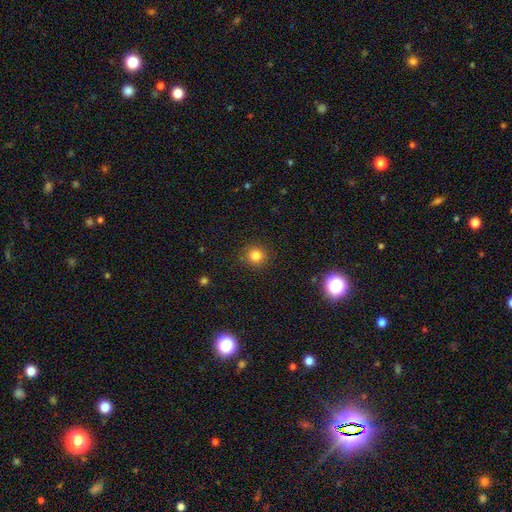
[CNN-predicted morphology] This is clearly a smooth galaxy (82%). How rounded: clearly round (92%). Merging: clearly none (90%).